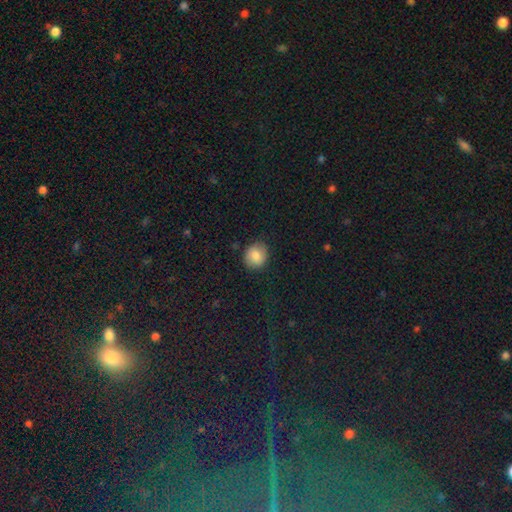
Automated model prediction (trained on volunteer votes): A smooth galaxy with no disk features (83%) that is round (74%).

Vote fractions:
- Smooth or featured? smooth: 83% / star or artifact: 9% / featured or disk: 8%
- How rounded? round: 74% / in between: 25% / cigar-shaped: 1%
- Merging? none: 84% / minor disturbance: 12% / major disturbance: 3% / merger: 1%